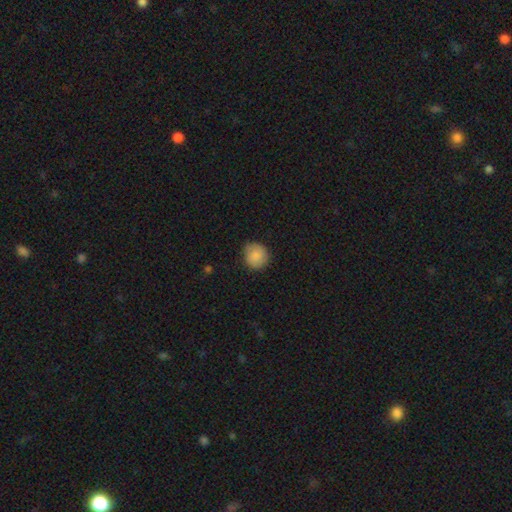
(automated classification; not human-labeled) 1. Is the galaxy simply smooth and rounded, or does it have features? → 85% smooth, 7% featured or disk, 7% star or artifact.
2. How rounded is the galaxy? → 88% round, 11% in between, 1% cigar-shaped.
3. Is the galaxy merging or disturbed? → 76% none, 20% minor disturbance, 4% major disturbance, 1% merger.